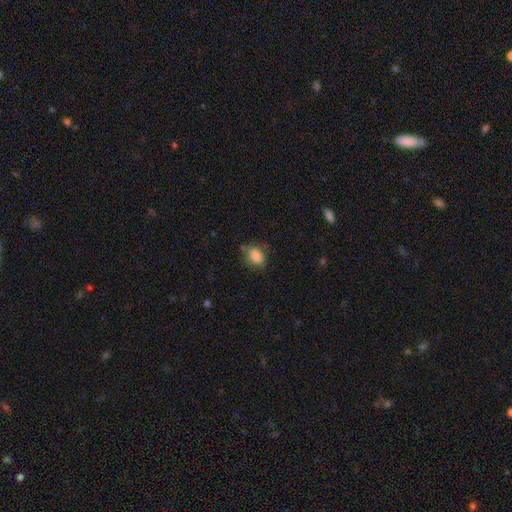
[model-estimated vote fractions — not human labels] Q: Smooth or featured?
A: smooth (84%); runner-up: star or artifact (9%)
Q: How rounded?
A: in between (82%); runner-up: round (15%)
Q: Merging?
A: none (68%); runner-up: minor disturbance (23%)